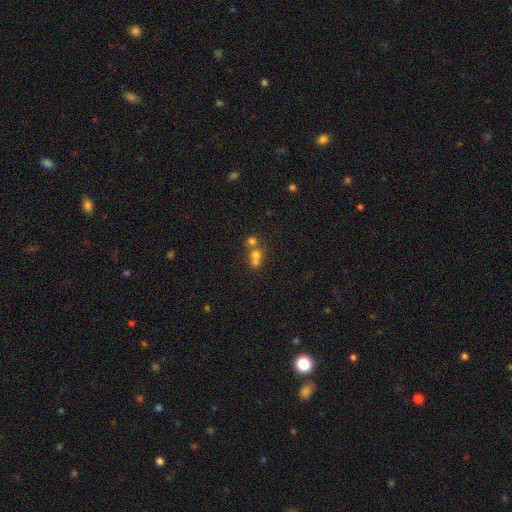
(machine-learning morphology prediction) smooth_or_featured: smooth (p=0.65) [alt: featured or disk p=0.19]
how_rounded: round (p=0.69) [alt: in between p=0.29]
merging: merger (p=0.63) [alt: none p=0.27]